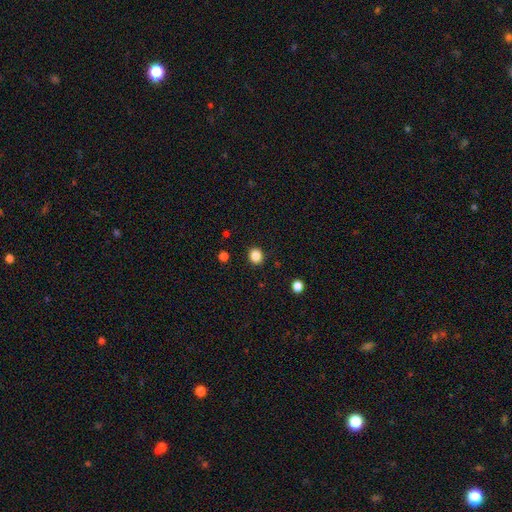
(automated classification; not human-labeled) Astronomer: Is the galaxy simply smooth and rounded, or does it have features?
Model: smooth — 85%.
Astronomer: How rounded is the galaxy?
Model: round — 82%.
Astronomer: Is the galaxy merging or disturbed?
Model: none — 90%.